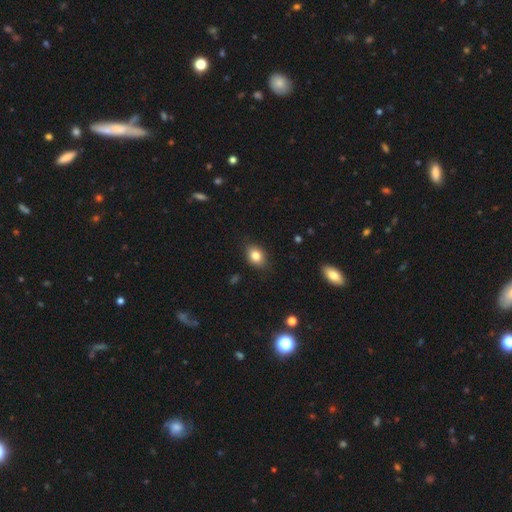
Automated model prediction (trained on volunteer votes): smooth-or-featured: smooth: 82% | star or artifact: 10% | featured or disk: 9%
  how-rounded: in between: 70% | round: 28% | cigar-shaped: 1%
  merging: none: 84% | minor disturbance: 12% | major disturbance: 2% | merger: 1%